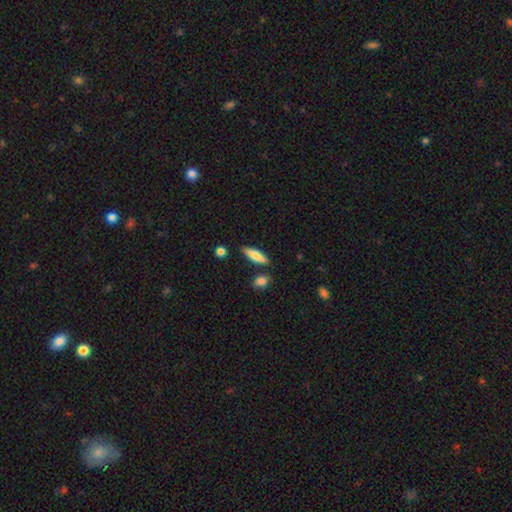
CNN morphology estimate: Smooth or featured: smooth — 77% (featured or disk — 17%)
How rounded: cigar-shaped — 58% (in between — 40%)
Merging: none — 82% (minor disturbance — 11%)